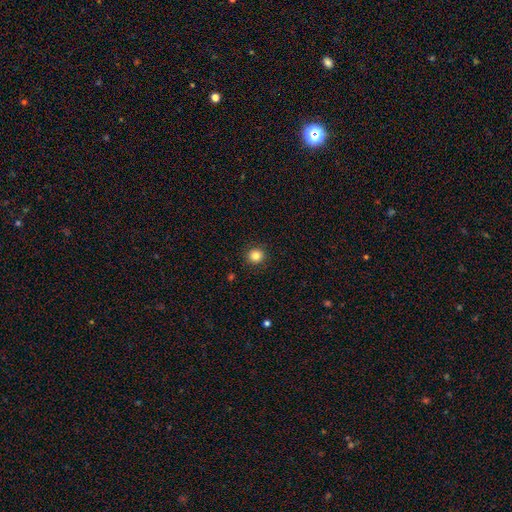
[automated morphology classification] smooth 84%, star or artifact 11%, featured or disk 5%. Down the decision tree: how rounded — round (94%); merging — none (93%).